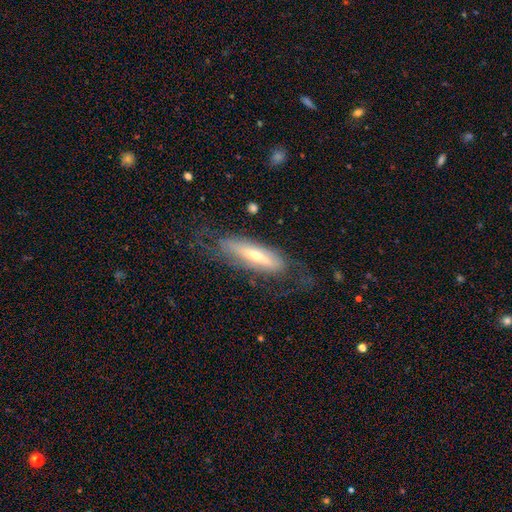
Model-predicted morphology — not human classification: A featured or disk galaxy (64%). Merging: none (59%).